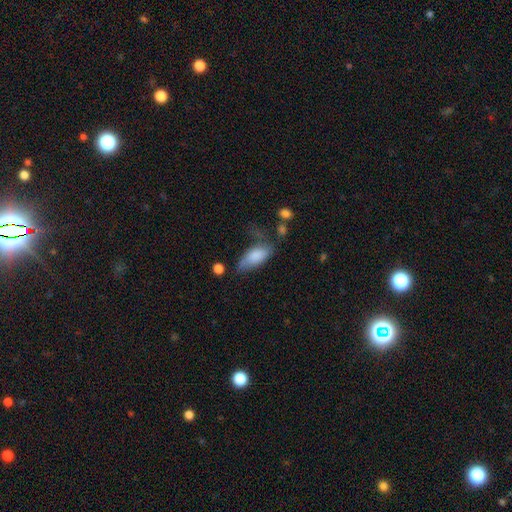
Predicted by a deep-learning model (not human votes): This appears to be a smooth galaxy with no disk features (78%) that is in between round and cigar-shaped (87%). Merging: minor disturbance (36%).